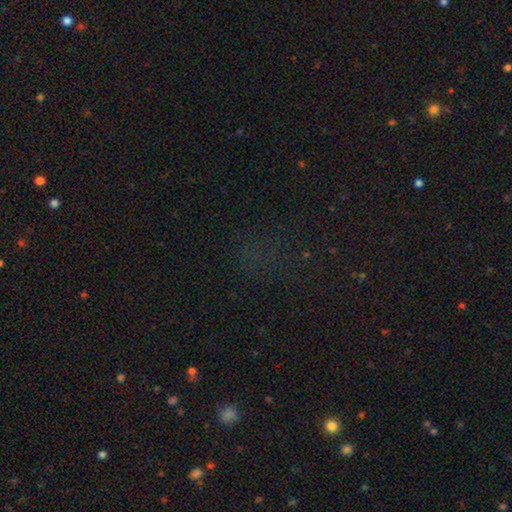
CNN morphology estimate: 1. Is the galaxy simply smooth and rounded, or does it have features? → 62% star or artifact, 27% smooth, 11% featured or disk.